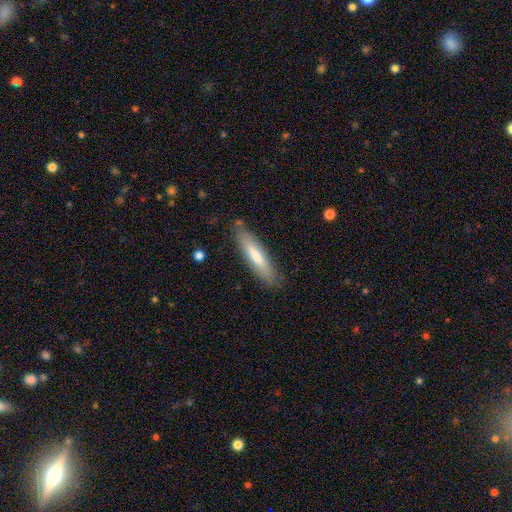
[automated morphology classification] A smooth galaxy with no disk features (71%) that is cigar-shaped (82%).

Vote fractions:
- Smooth or featured? smooth: 71% / featured or disk: 23% / star or artifact: 6%
- How rounded? cigar-shaped: 82% / in between: 17% / round: 1%
- Merging? none: 85% / minor disturbance: 11% / major disturbance: 2% / merger: 2%